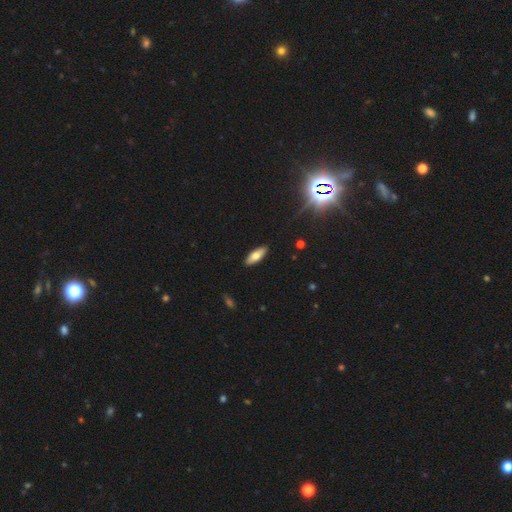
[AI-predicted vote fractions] This is likely a smooth galaxy (71%). How rounded: likely in between (65%). Merging: clearly none (90%).